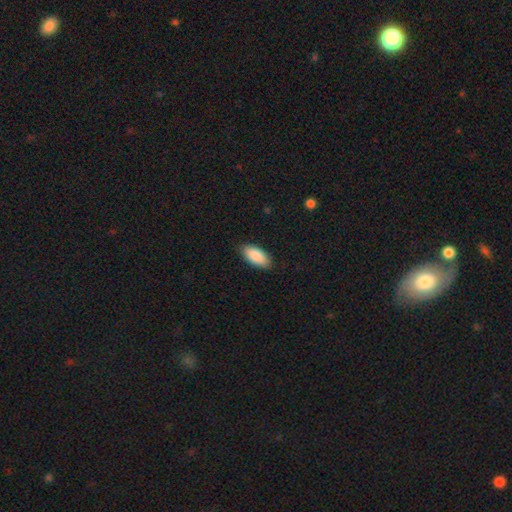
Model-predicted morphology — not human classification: Smooth or featured? smooth (89%)
How rounded? in between (92%)
Merging? none (87%)